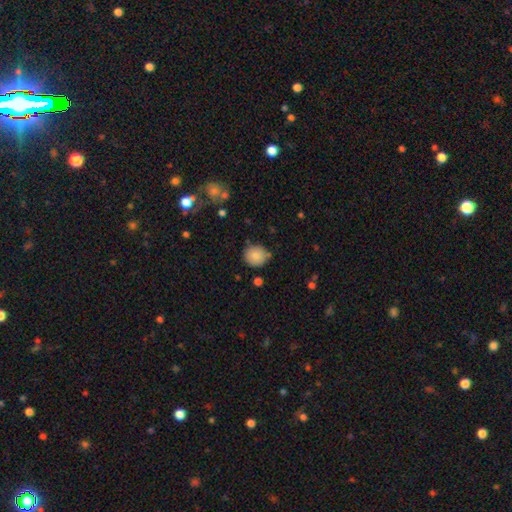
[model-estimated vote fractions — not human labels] Smooth or featured? Predicted: smooth (p=0.82). How rounded? Predicted: round (p=0.88). Merging? Predicted: none (p=0.76).